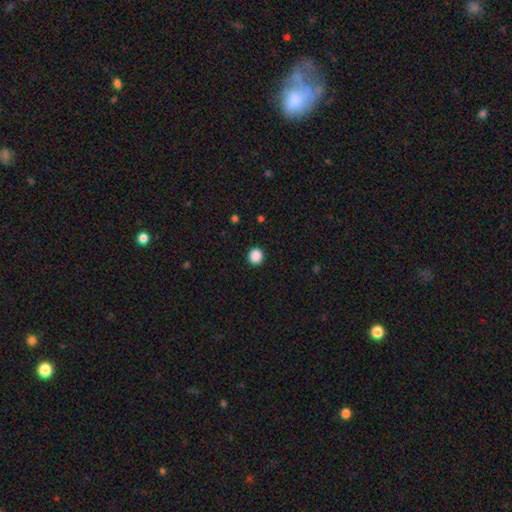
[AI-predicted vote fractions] Overall: smooth (89%). How rounded: round (89%). Merging: none (92%).